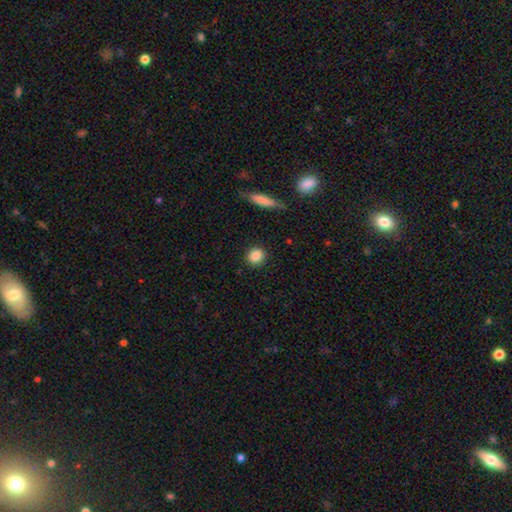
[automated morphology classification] A smooth galaxy with no disk features (87%) that is round (83%). Merging: none (90%).